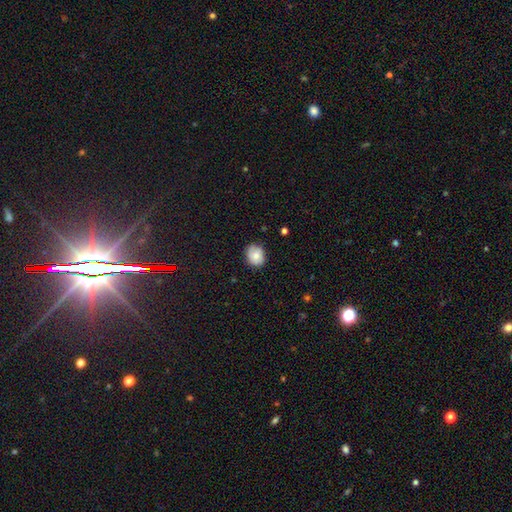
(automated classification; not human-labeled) Smooth or featured? smooth (76%)
How rounded? round (61%)
Merging? none (71%)